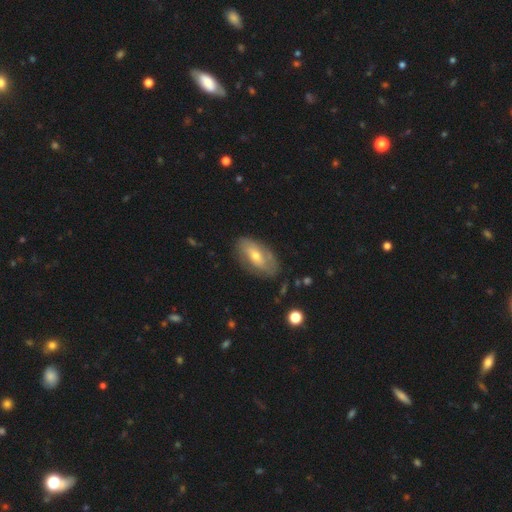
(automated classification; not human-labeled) smooth_or_featured: featured or disk (p=0.52) [alt: smooth p=0.42]
disk_edge_on: no (p=0.85) [alt: yes p=0.15]
merging: none (p=0.72) [alt: minor disturbance p=0.20]